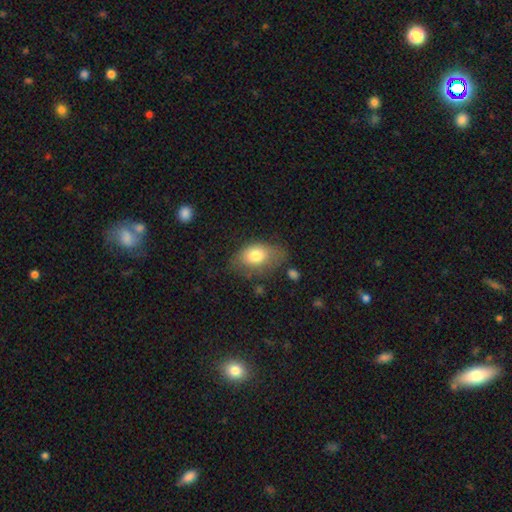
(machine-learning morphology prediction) smooth_or_featured: smooth (p=0.76) [alt: featured or disk p=0.16]
how_rounded: in between (p=0.84) [alt: round p=0.14]
merging: none (p=0.48) [alt: minor disturbance p=0.33]